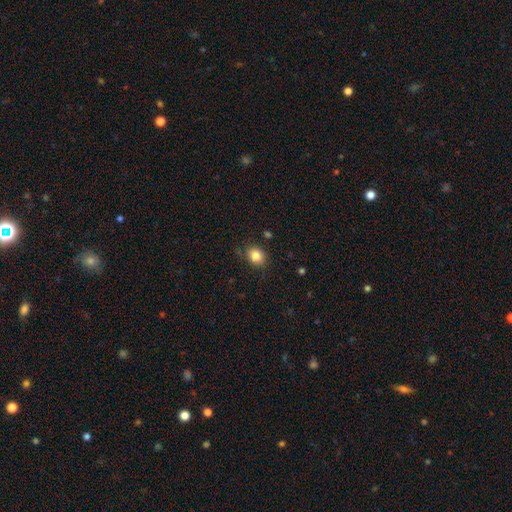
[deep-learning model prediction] Morphology: type=smooth (84%); roundness=in between (51%); merging=none (83%).